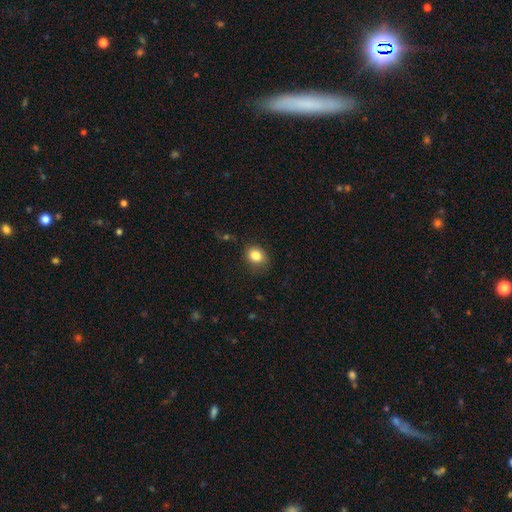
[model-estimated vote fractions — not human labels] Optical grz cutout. It shows a smooth galaxy with no disk features (84%) that is round (50%). Merging: none (76%).